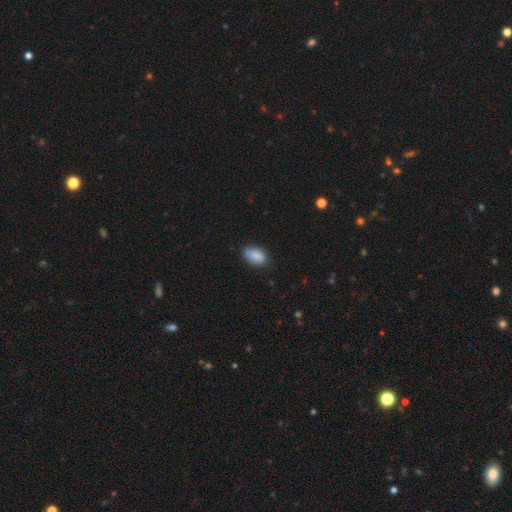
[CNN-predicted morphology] Smooth or featured?
  - smooth: 87% *
  - star or artifact: 7%
  - featured or disk: 7%
How rounded?
  - in between: 90% *
  - round: 8%
  - cigar-shaped: 2%
Merging?
  - none: 74% *
  - minor disturbance: 22%
  - major disturbance: 3%
  - merger: 1%